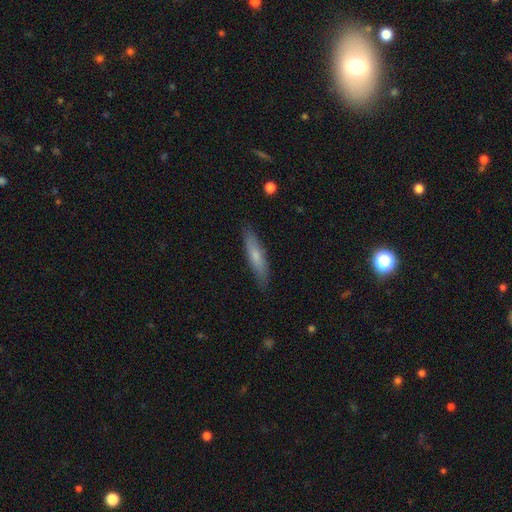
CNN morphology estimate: The model was most divided on "smooth or featured": smooth: 65%, featured or disk: 30%, star or artifact: 6%. More confident: merging — none (86%); how rounded — cigar-shaped (85%).